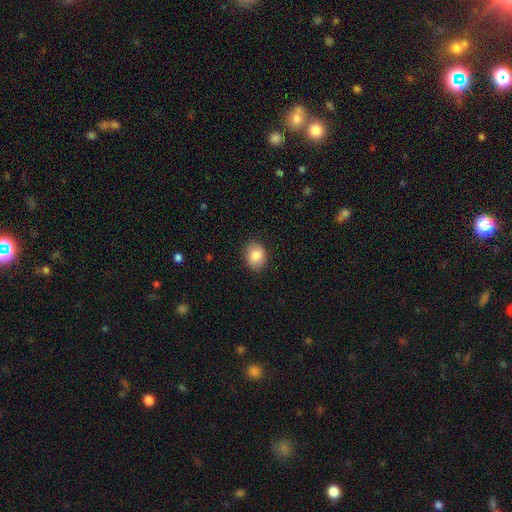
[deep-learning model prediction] Smooth or featured: smooth — 85% (star or artifact — 8%)
How rounded: in between — 51% (round — 48%)
Merging: none — 87% (minor disturbance — 10%)